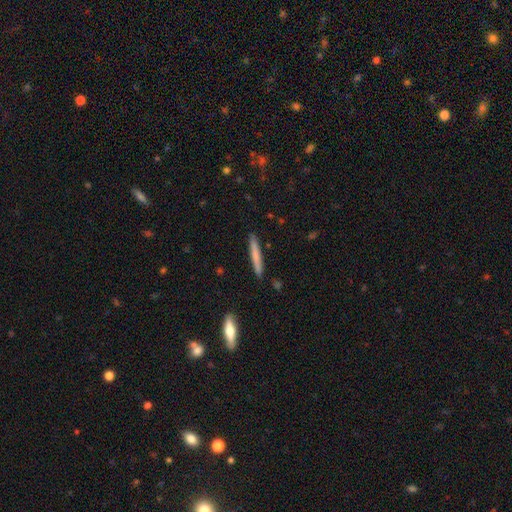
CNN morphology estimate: smooth 69%, featured or disk 25%, star or artifact 6%. Down the decision tree: how rounded — cigar-shaped (95%); merging — none (90%).